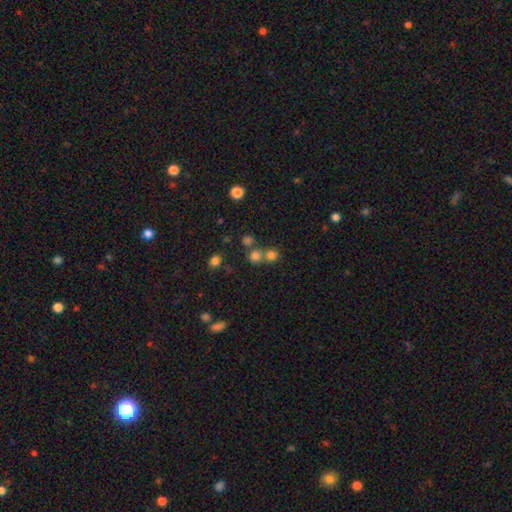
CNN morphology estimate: smooth_or_featured: smooth (p=0.72) [alt: star or artifact p=0.20]
how_rounded: round (p=0.89) [alt: in between p=0.10]
merging: none (p=0.57) [alt: merger p=0.34]